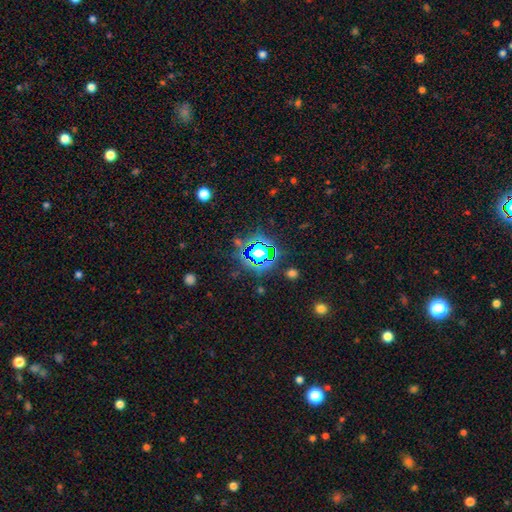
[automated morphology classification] smooth_or_featured: star or artifact (p=0.73) [alt: smooth p=0.18]